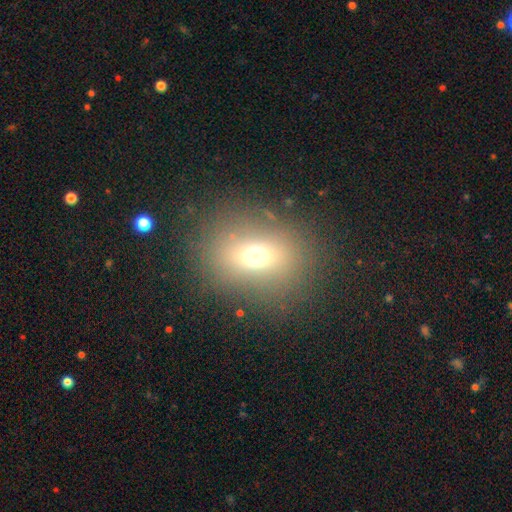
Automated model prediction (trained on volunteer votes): A smooth galaxy with no disk features (64%) that is in between round and cigar-shaped (50%).

Vote fractions:
- Smooth or featured? smooth: 64% / star or artifact: 19% / featured or disk: 17%
- How rounded? in between: 50% / round: 48% / cigar-shaped: 2%
- Merging? none: 81% / minor disturbance: 10% / major disturbance: 6% / merger: 2%